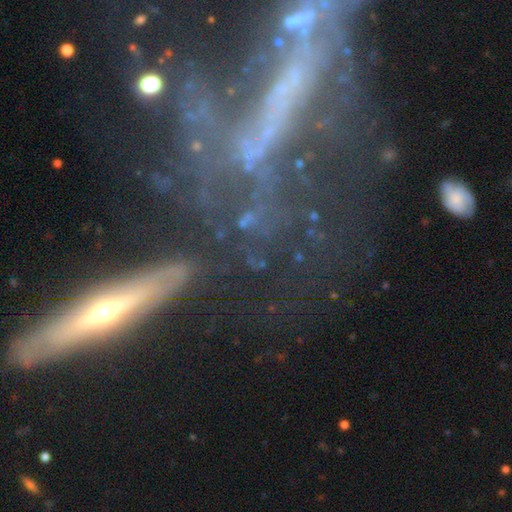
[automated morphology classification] This is possibly a featured or disk galaxy (57%). It is possibly not viewed edge-on (51%). Merging: possibly none (59%).